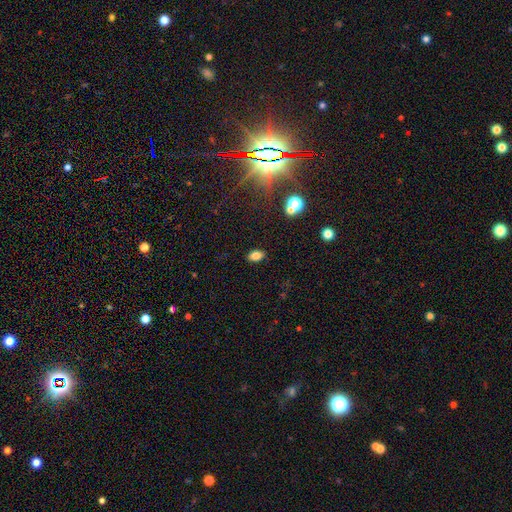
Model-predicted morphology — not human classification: This appears to be a smooth galaxy with no disk features (82%) that is in between round and cigar-shaped (88%). Merging: none (87%).